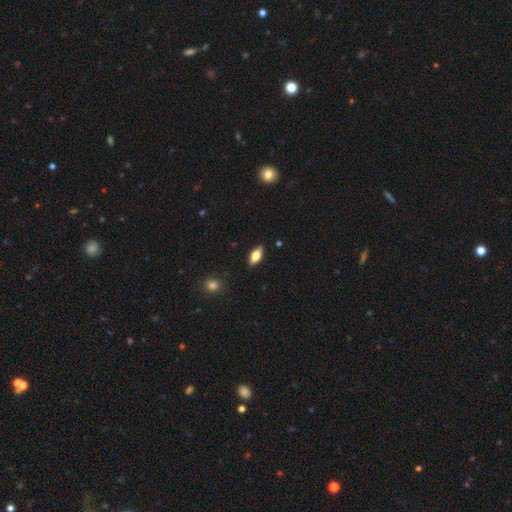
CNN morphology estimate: smooth-or-featured: smooth: 67% | featured or disk: 26% | star or artifact: 7%
  how-rounded: in between: 84% | cigar-shaped: 13% | round: 3%
  merging: none: 88% | minor disturbance: 9% | major disturbance: 2% | merger: 1%